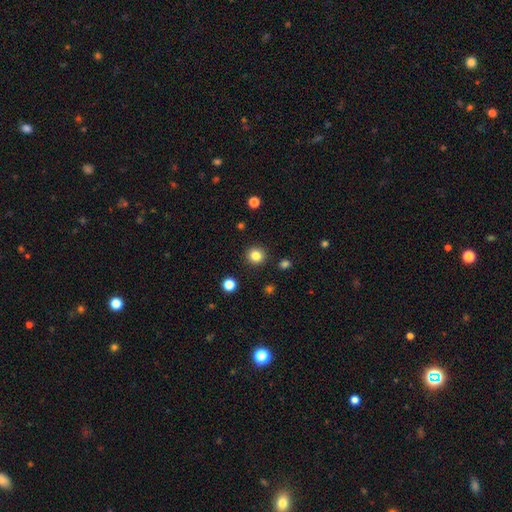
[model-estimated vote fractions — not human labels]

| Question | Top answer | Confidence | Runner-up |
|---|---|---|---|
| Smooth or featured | smooth | 83% | star or artifact (12%) |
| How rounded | round | 94% | in between (5%) |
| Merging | none | 91% | minor disturbance (5%) |